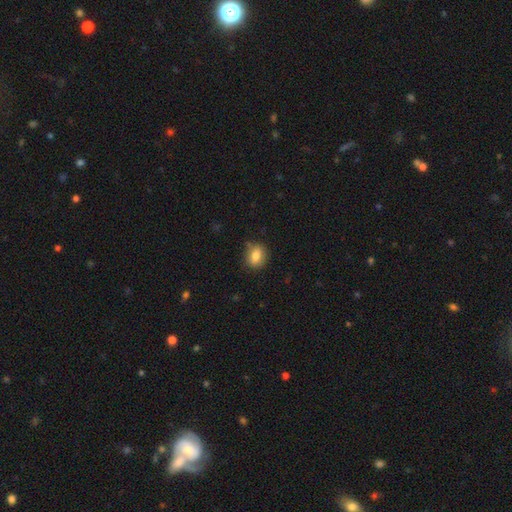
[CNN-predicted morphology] A smooth galaxy with no disk features (82%) that is round (50%). Merging: none (77%).